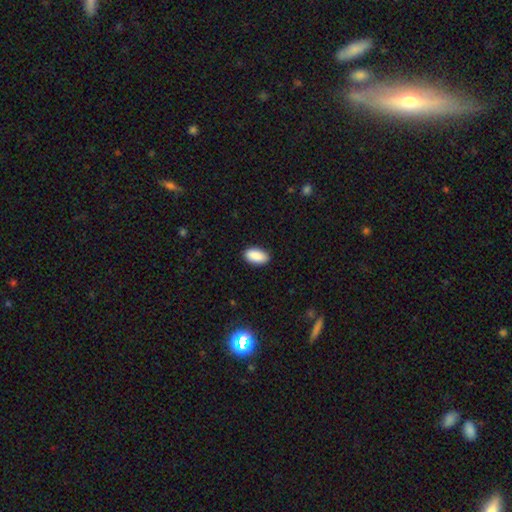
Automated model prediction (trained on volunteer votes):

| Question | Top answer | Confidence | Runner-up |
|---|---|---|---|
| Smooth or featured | smooth | 90% | star or artifact (7%) |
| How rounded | in between | 94% | cigar-shaped (3%) |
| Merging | none | 88% | minor disturbance (9%) |